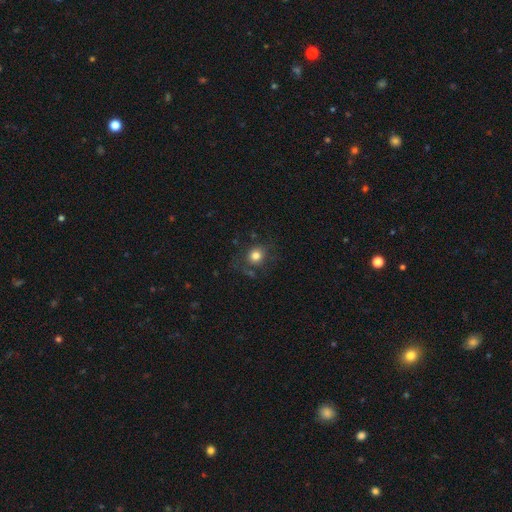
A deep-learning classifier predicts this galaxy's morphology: type=smooth (80%); roundness=round (84%); merging=none (75%).